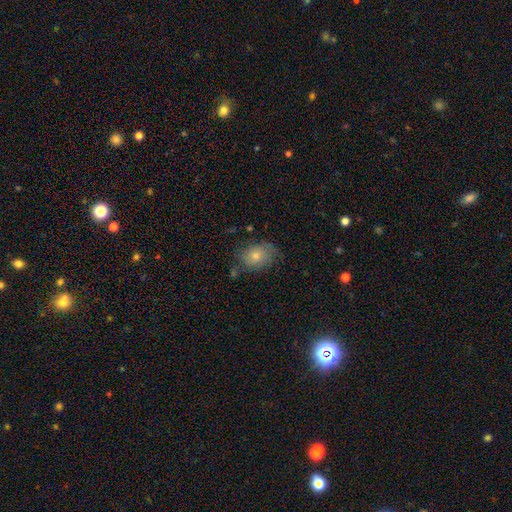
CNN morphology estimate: smooth-or-featured: smooth: 50% | featured or disk: 36% | star or artifact: 14%
  how-rounded: in between: 63% | round: 36% | cigar-shaped: 2%
  merging: none: 65% | minor disturbance: 23% | major disturbance: 9% | merger: 3%